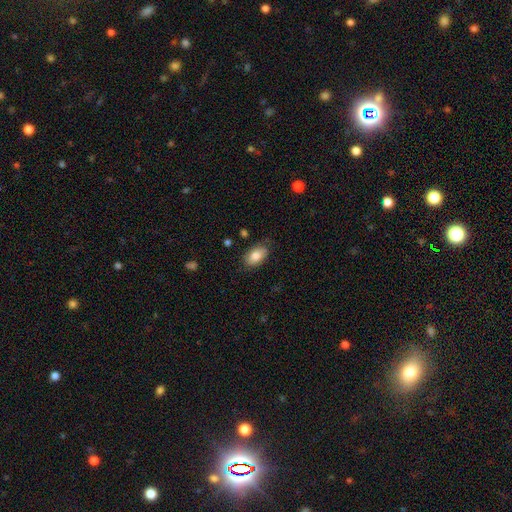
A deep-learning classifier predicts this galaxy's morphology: Q: Smooth or featured?
A: smooth (82%); runner-up: featured or disk (11%)
Q: How rounded?
A: in between (93%); runner-up: round (6%)
Q: Merging?
A: none (76%); runner-up: minor disturbance (18%)